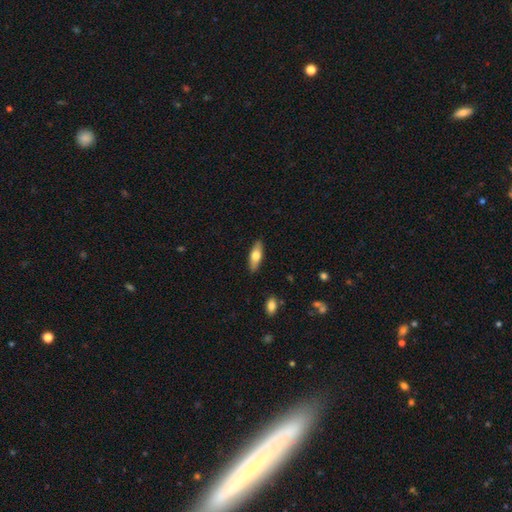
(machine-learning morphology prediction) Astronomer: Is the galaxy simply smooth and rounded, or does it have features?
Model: smooth — 66%.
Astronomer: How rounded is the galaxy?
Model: in between — 67%.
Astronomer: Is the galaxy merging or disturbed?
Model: none — 88%.